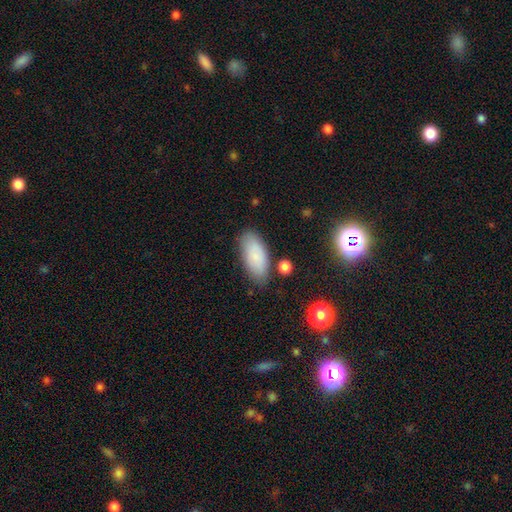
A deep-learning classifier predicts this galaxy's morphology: smooth 83%, featured or disk 9%, star or artifact 8%. Down the decision tree: how rounded — in between (89%); merging — none (79%).